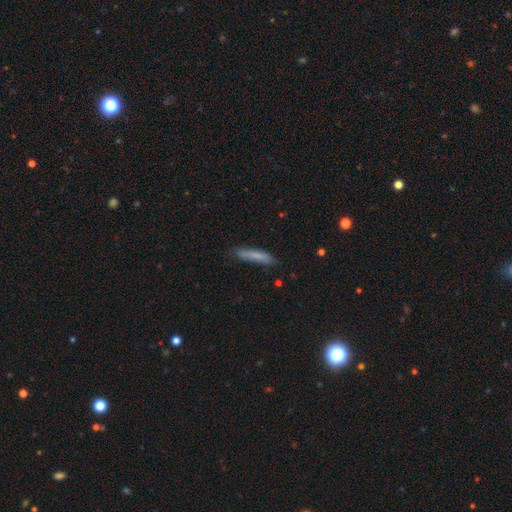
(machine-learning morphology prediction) type=smooth (74%); roundness=cigar-shaped (89%); merging=none (79%).